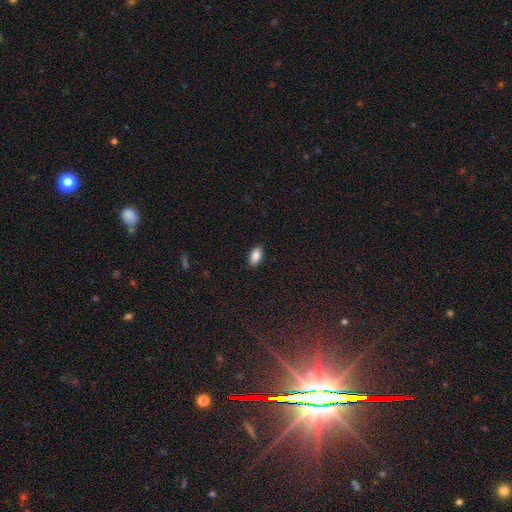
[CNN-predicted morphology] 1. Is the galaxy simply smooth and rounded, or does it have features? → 88% smooth, 7% star or artifact, 5% featured or disk.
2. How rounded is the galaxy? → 92% in between, 4% cigar-shaped, 4% round.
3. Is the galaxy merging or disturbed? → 87% none, 10% minor disturbance, 2% major disturbance, 1% merger.